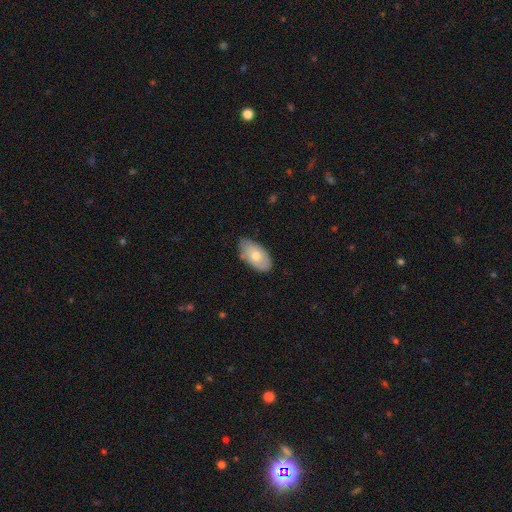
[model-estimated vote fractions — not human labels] Smooth or featured? smooth (66%)
How rounded? in between (94%)
Merging? none (72%)